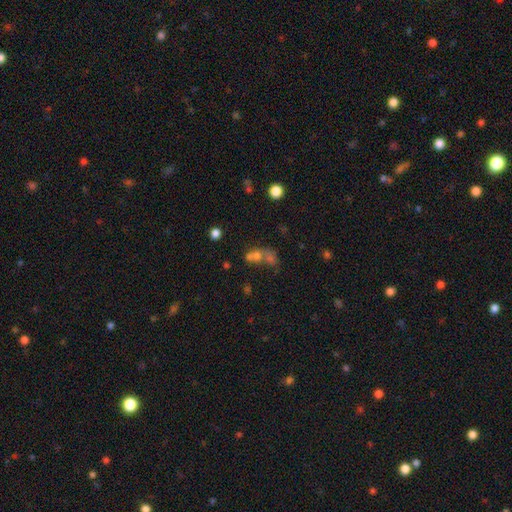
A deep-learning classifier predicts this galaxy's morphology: smooth-or-featured: smooth: 60% | featured or disk: 21% | star or artifact: 19%
  how-rounded: round: 57% | in between: 41% | cigar-shaped: 2%
  merging: merger: 64% | none: 22% | major disturbance: 7% | minor disturbance: 7%